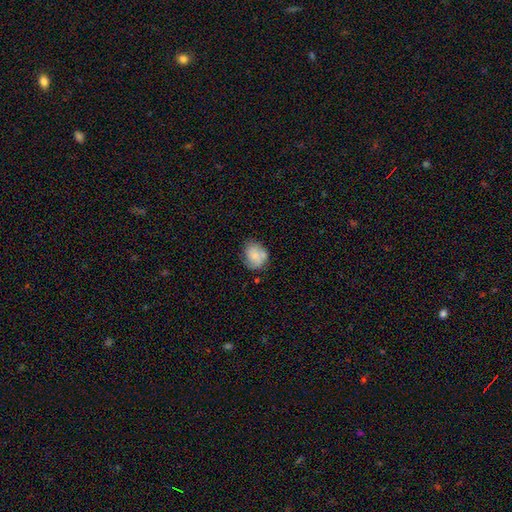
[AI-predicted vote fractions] A smooth galaxy with no disk features (71%) that is round (52%).

Vote fractions:
- Smooth or featured? smooth: 71% / featured or disk: 21% / star or artifact: 8%
- How rounded? round: 52% / in between: 47% / cigar-shaped: 1%
- Merging? none: 56% / minor disturbance: 26% / merger: 10% / major disturbance: 8%